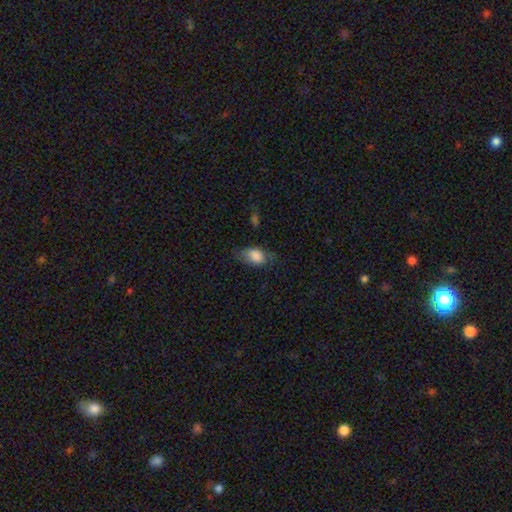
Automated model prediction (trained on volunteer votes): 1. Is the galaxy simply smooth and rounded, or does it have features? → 84% smooth, 9% featured or disk, 8% star or artifact.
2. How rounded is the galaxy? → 87% in between, 11% round, 2% cigar-shaped.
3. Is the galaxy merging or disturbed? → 57% none, 29% minor disturbance, 12% major disturbance, 2% merger.